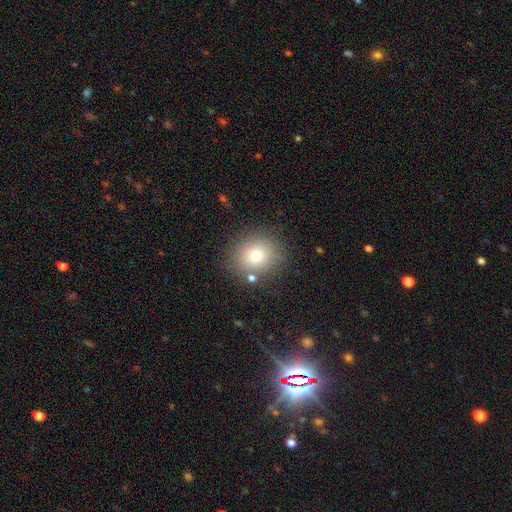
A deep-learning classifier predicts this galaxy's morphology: smooth-or-featured: smooth: 73% | star or artifact: 14% | featured or disk: 12%
  how-rounded: round: 77% | in between: 22% | cigar-shaped: 1%
  merging: none: 80% | minor disturbance: 10% | merger: 6% | major disturbance: 4%